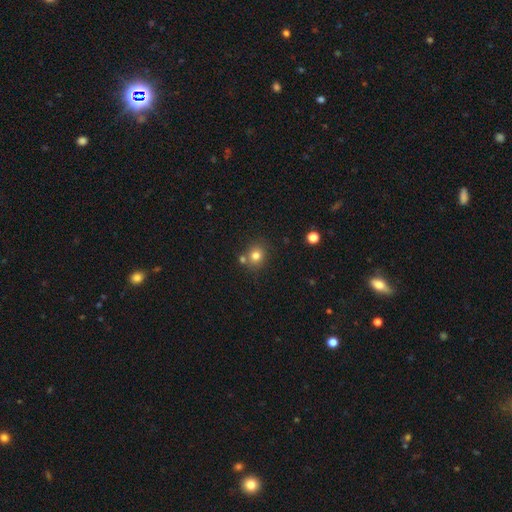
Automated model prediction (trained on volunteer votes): smooth 79%, star or artifact 13%, featured or disk 8%. Down the decision tree: how rounded — round (80%); merging — none (71%).